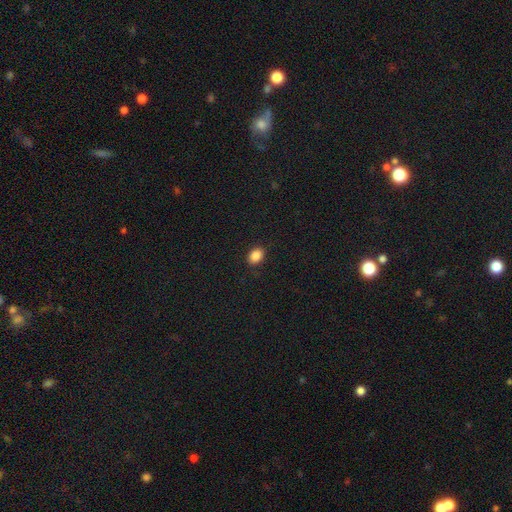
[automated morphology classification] smooth 87%, star or artifact 9%, featured or disk 4%. Down the decision tree: how rounded — in between (70%); merging — none (88%).